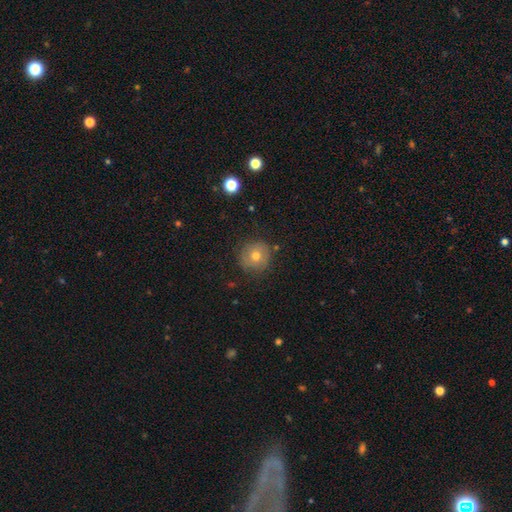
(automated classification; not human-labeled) Smooth or featured?
  - smooth: 70% *
  - featured or disk: 18%
  - star or artifact: 12%
How rounded?
  - round: 93% *
  - in between: 6%
  - cigar-shaped: 1%
Merging?
  - none: 83% *
  - minor disturbance: 12%
  - major disturbance: 3%
  - merger: 2%